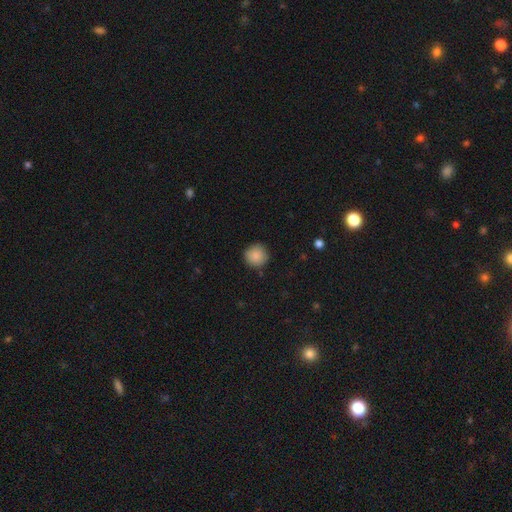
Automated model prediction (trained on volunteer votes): This is clearly a smooth galaxy (88%). How rounded: clearly round (95%). Merging: clearly none (89%).